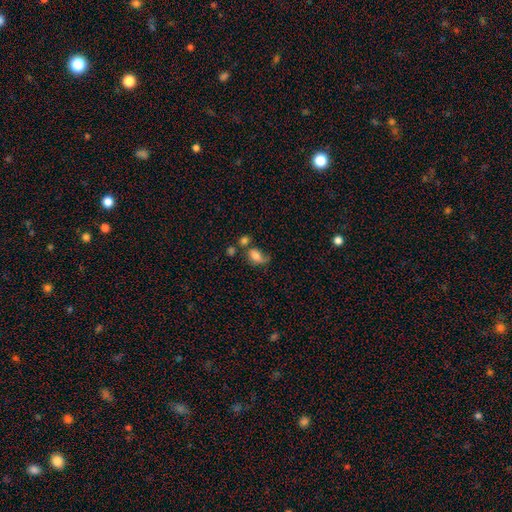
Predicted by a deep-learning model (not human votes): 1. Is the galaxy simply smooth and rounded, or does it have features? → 69% smooth, 20% featured or disk, 10% star or artifact.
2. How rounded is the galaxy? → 78% in between, 20% round, 3% cigar-shaped.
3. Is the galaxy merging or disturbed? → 27% none, 25% major disturbance, 24% merger, 23% minor disturbance.